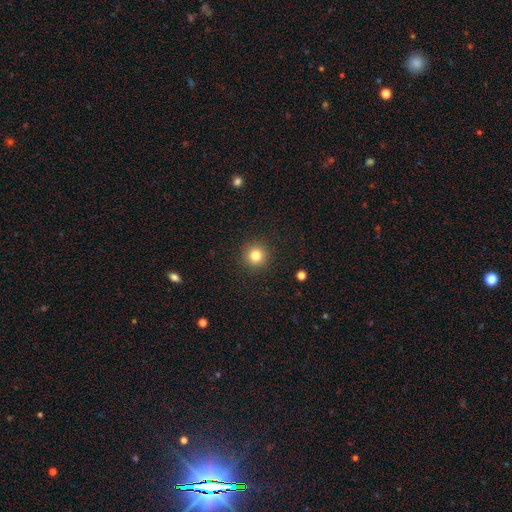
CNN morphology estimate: Smooth or featured? Predicted: smooth (p=0.82). How rounded? Predicted: round (p=0.95). Merging? Predicted: none (p=0.91).